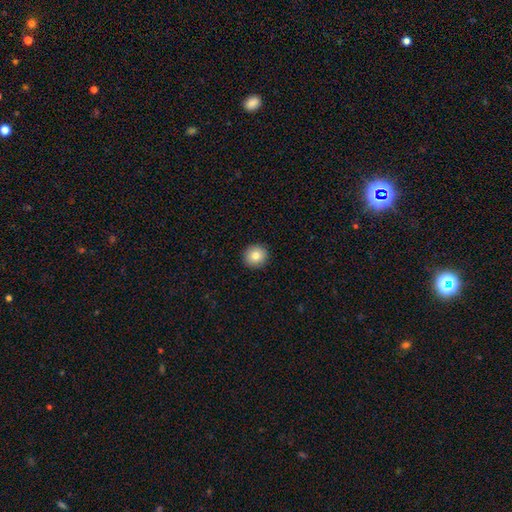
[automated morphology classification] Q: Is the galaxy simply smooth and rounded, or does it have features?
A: smooth — 82%.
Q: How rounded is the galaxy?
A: round — 94%.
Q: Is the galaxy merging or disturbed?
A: none — 93%.